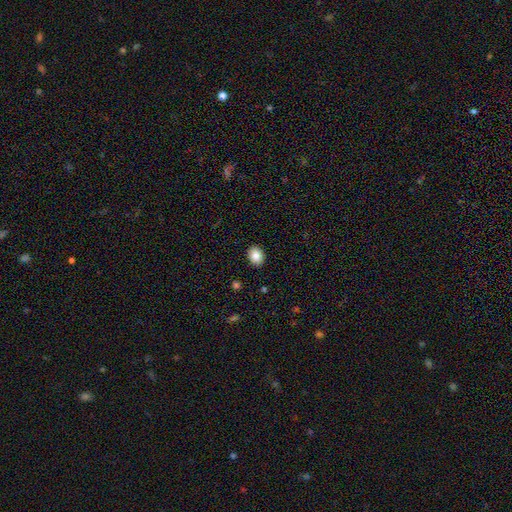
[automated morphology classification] A smooth galaxy with no disk features (85%) that is in between round and cigar-shaped (56%).

Vote fractions:
- Smooth or featured? smooth: 85% / star or artifact: 8% / featured or disk: 7%
- How rounded? in between: 56% / round: 43% / cigar-shaped: 1%
- Merging? none: 90% / minor disturbance: 7% / major disturbance: 2% / merger: 1%